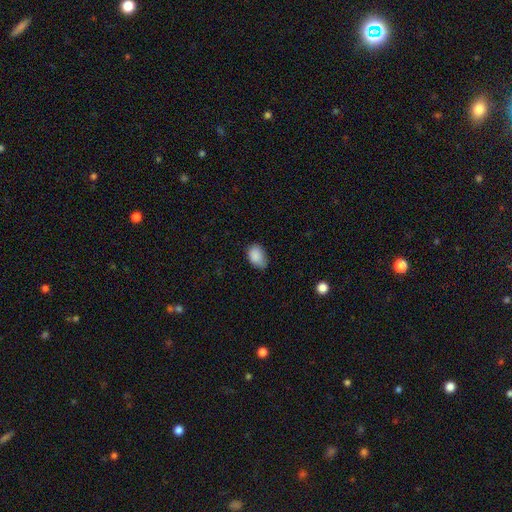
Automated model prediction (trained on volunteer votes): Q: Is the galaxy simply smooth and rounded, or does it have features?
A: smooth — 87%.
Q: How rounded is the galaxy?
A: in between — 84%.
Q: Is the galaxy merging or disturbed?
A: none — 59%.